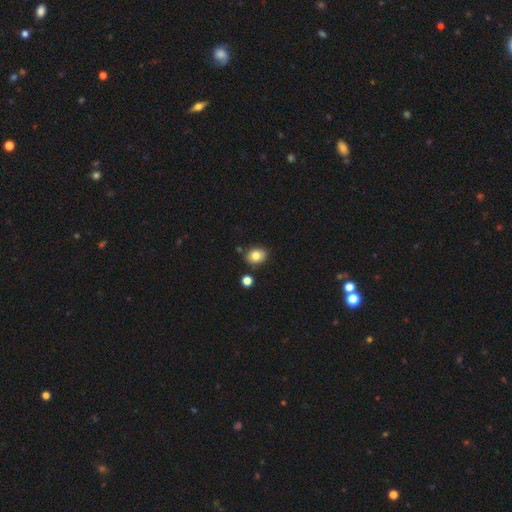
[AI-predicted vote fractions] Overall: smooth (78%). How rounded: in between (53%; round 46%). Merging: none (82%).